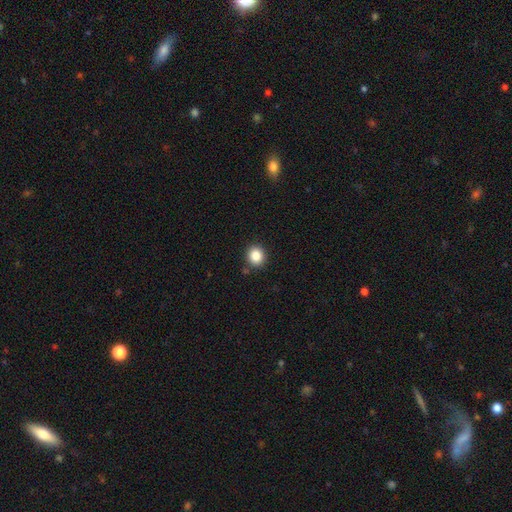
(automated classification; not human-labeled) A smooth galaxy with no disk features (85%) that is round (82%).

Vote fractions:
- Smooth or featured? smooth: 85% / star or artifact: 11% / featured or disk: 5%
- How rounded? round: 82% / in between: 17% / cigar-shaped: 1%
- Merging? none: 88% / minor disturbance: 8% / merger: 3% / major disturbance: 2%